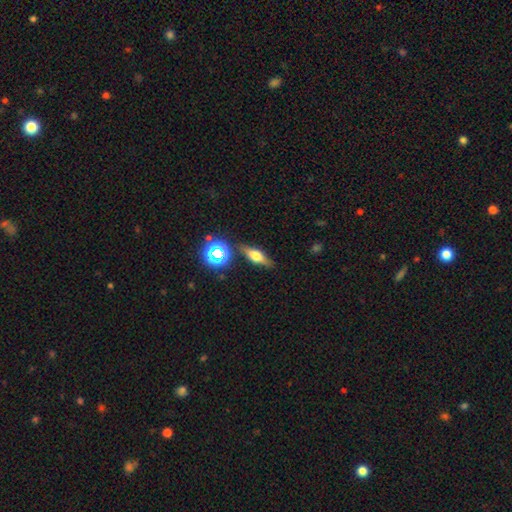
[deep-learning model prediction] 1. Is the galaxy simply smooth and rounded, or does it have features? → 47% featured or disk, 39% smooth, 13% star or artifact.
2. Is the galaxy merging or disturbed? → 83% none, 10% minor disturbance, 4% merger, 3% major disturbance.